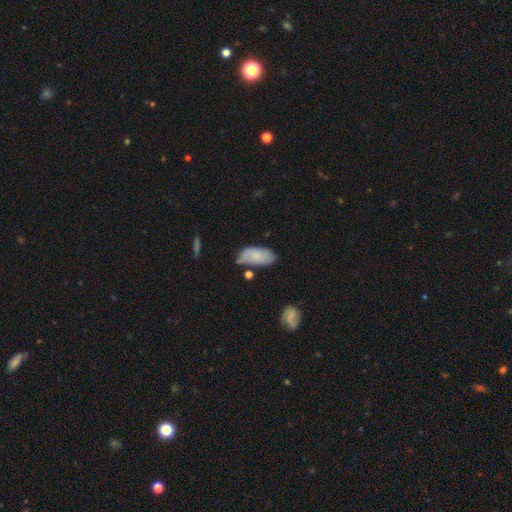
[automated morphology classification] Smooth or featured?
  - smooth: 73% *
  - featured or disk: 20%
  - star or artifact: 7%
How rounded?
  - in between: 91% *
  - cigar-shaped: 6%
  - round: 2%
Merging?
  - none: 59% *
  - minor disturbance: 28%
  - merger: 8%
  - major disturbance: 6%